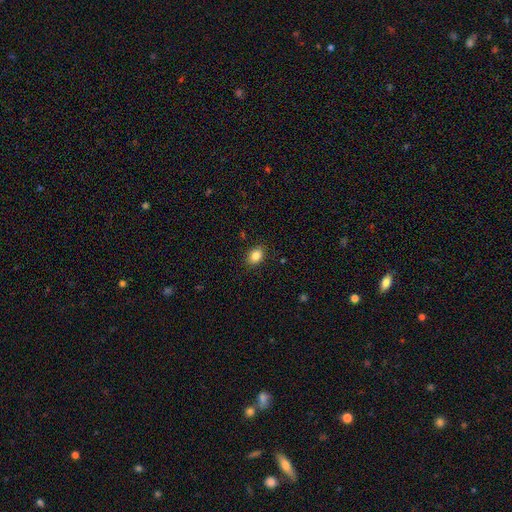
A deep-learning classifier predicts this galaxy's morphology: Smooth or featured: smooth — 85% (star or artifact — 9%)
How rounded: in between — 74% (round — 25%)
Merging: none — 88% (minor disturbance — 9%)